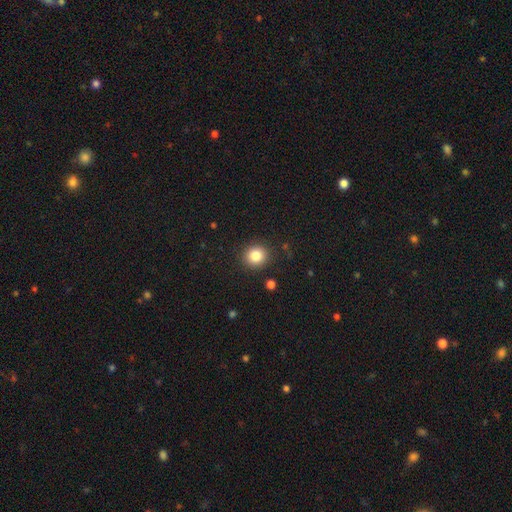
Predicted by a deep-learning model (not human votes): Q: Smooth or featured?
A: smooth (84%); runner-up: star or artifact (11%)
Q: How rounded?
A: round (87%); runner-up: in between (12%)
Q: Merging?
A: none (90%); runner-up: minor disturbance (7%)